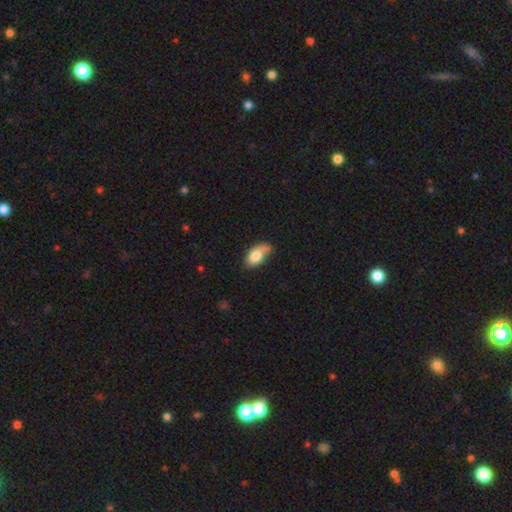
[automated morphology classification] Smooth or featured: smooth — 77% (featured or disk — 16%)
How rounded: in between — 91% (round — 5%)
Merging: none — 49% (minor disturbance — 33%)